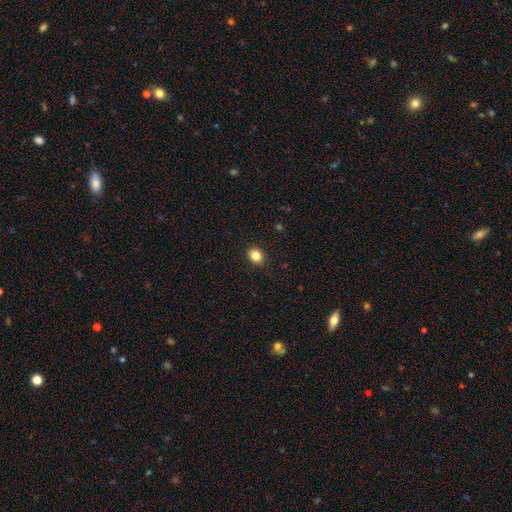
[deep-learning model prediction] Smooth or featured?
  - smooth: 84% *
  - star or artifact: 11%
  - featured or disk: 5%
How rounded?
  - round: 56% *
  - in between: 44%
  - cigar-shaped: 1%
Merging?
  - none: 91% *
  - minor disturbance: 7%
  - major disturbance: 2%
  - merger: 1%